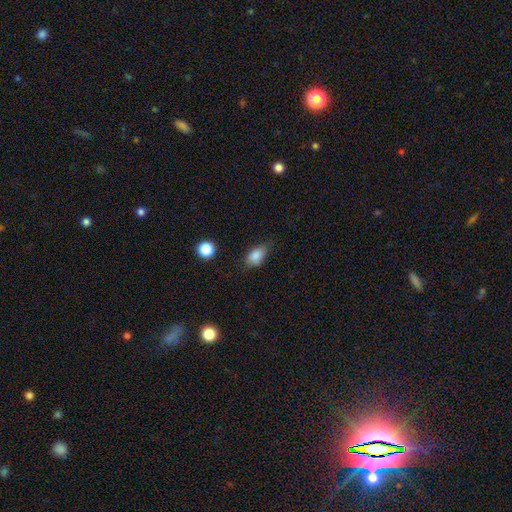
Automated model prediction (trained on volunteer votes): Smooth or featured: smooth — 85% (star or artifact — 9%)
How rounded: in between — 85% (round — 12%)
Merging: none — 67% (minor disturbance — 26%)